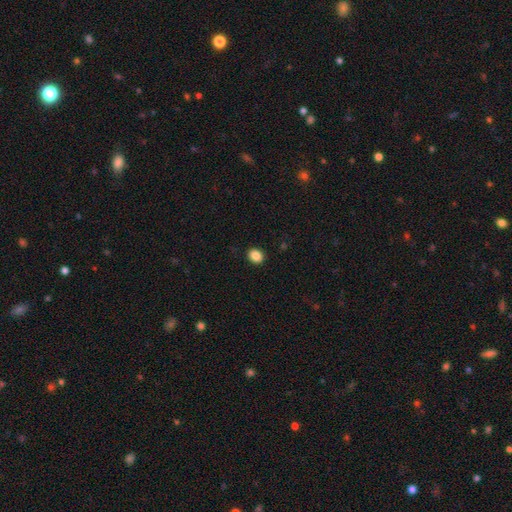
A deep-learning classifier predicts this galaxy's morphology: Smooth or featured? Predicted: smooth (p=0.86). How rounded? Predicted: round (p=0.57). Merging? Predicted: none (p=0.91).